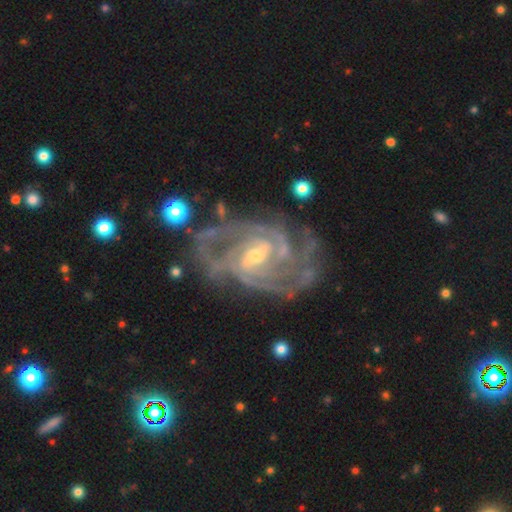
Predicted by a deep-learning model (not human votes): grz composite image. It shows a featured or disk galaxy (92%) with a weak bar (53%), 3 (24%) tight (51%) spiral arms (98%) and a small central bulge (60%). Merging: none (64%).